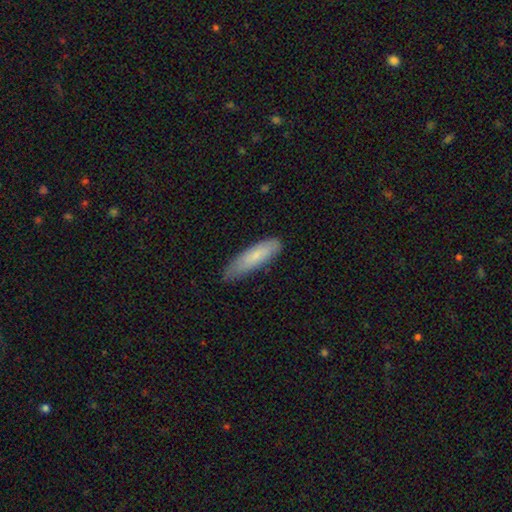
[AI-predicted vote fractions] Smooth or featured: smooth — 76% (featured or disk — 18%)
How rounded: cigar-shaped — 62% (in between — 36%)
Merging: none — 69% (minor disturbance — 25%)